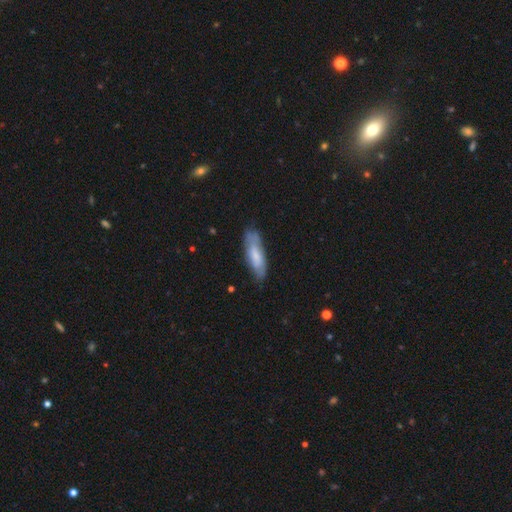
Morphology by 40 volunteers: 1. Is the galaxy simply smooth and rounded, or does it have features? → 85% smooth, 10% featured or disk, 5% star or artifact.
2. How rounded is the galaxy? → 50% cigar-shaped, 47% in between, 3% round.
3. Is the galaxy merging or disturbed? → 84% none, 16% minor disturbance, 0% major disturbance, 0% merger.